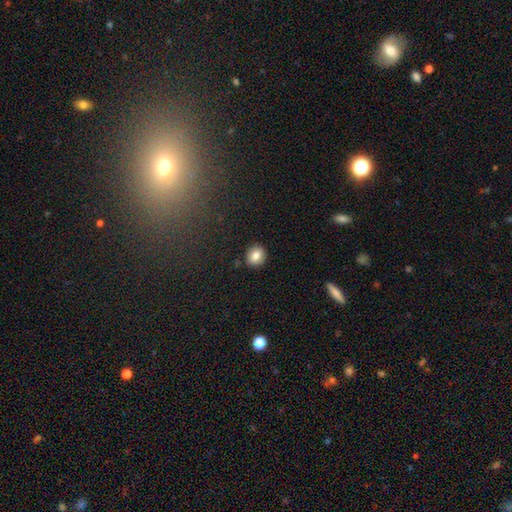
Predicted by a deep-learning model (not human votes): This appears to be a smooth galaxy with no disk features (83%) that is round (82%). Merging: none (88%).